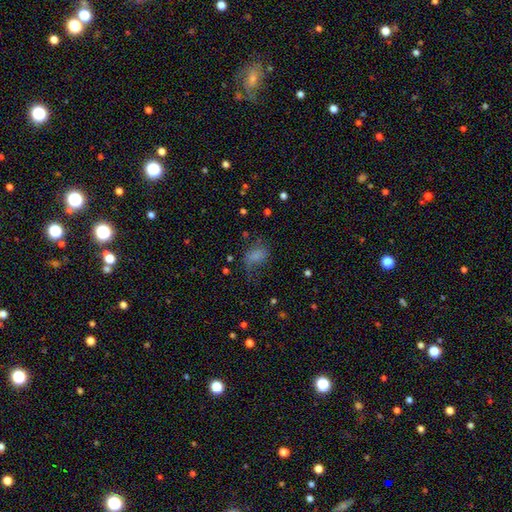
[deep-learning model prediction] smooth 64%, featured or disk 20%, star or artifact 15%. Down the decision tree: how rounded — in between (79%); merging — major disturbance (40%).